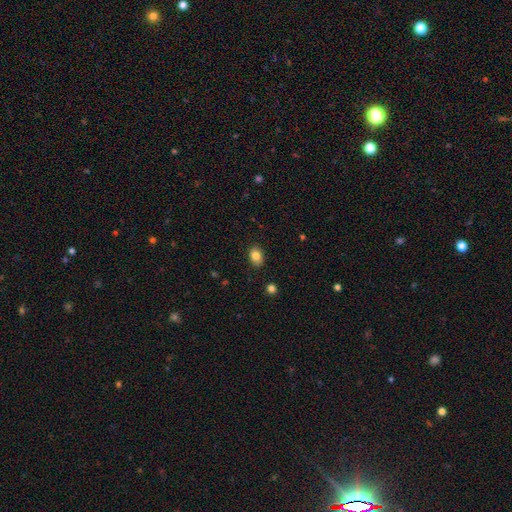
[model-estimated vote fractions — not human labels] This is clearly a smooth galaxy (84%). How rounded: likely in between (74%). Merging: clearly none (87%).